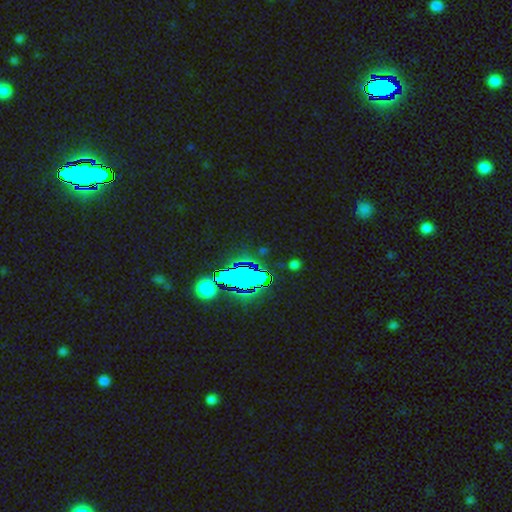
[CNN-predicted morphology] type=star or artifact (80%).